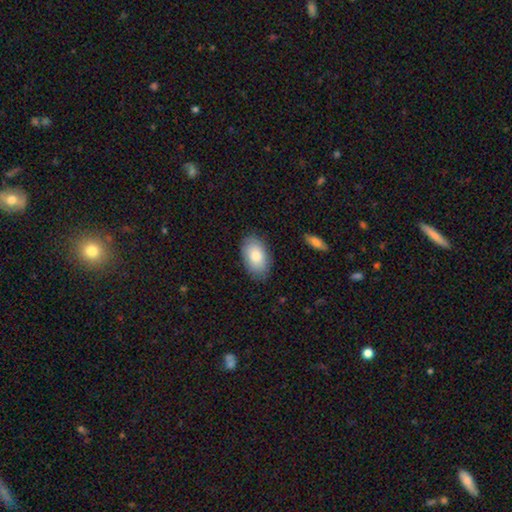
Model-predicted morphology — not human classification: The model was most divided on "smooth or featured": smooth: 82%, featured or disk: 12%, star or artifact: 6%. More confident: how rounded — in between (93%); merging — none (85%).